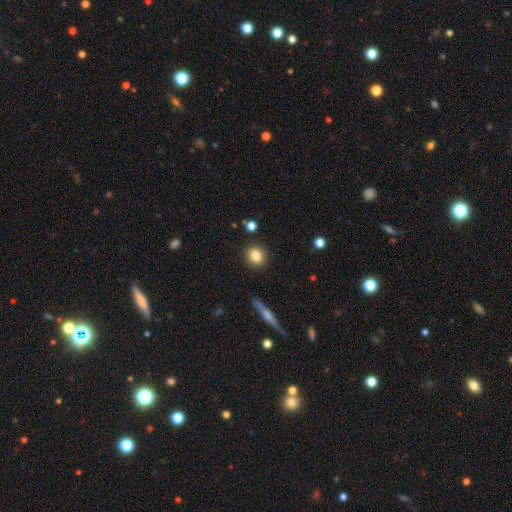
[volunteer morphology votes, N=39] Smooth or featured? smooth (87%)
How rounded? round (94%)
Merging? none (97%)